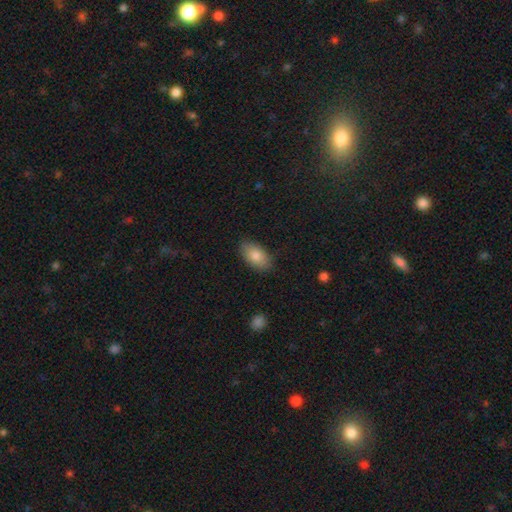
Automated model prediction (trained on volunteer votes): Smooth or featured: smooth — 83% (featured or disk — 11%)
How rounded: in between — 93% (round — 5%)
Merging: none — 84% (minor disturbance — 12%)